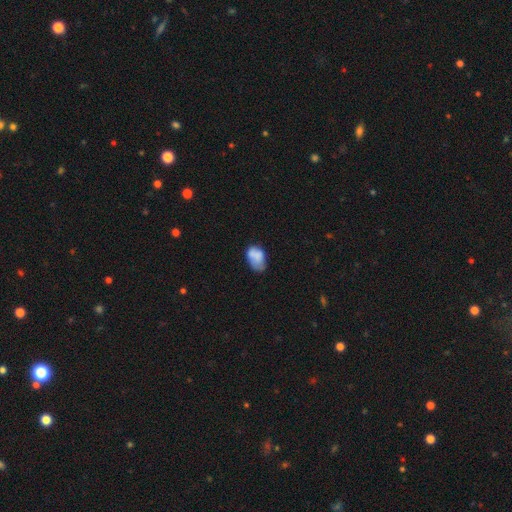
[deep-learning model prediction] Morphology: type=smooth (74%); roundness=in between (86%); merging=none (41%).